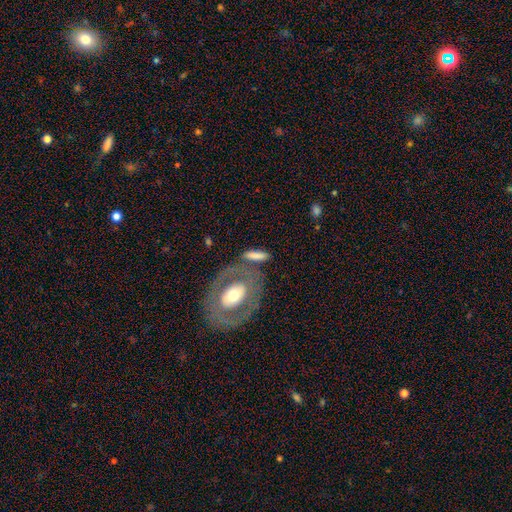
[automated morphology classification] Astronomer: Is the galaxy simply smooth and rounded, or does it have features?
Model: smooth — 63%.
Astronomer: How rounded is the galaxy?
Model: in between — 60%.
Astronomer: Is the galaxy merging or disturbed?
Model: none — 63%.